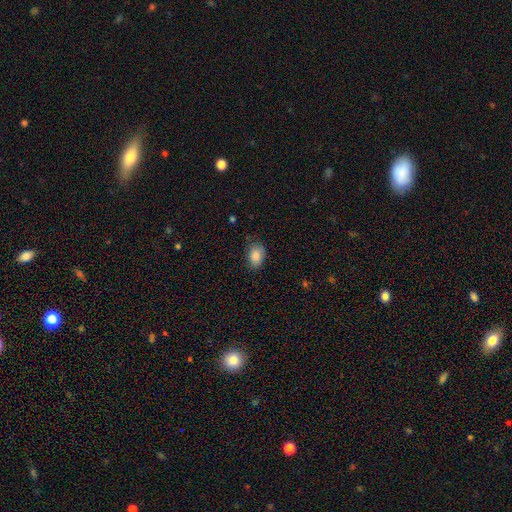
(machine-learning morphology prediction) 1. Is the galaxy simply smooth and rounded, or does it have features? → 86% smooth, 8% star or artifact, 6% featured or disk.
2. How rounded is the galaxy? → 80% in between, 19% round, 1% cigar-shaped.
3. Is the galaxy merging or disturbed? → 73% none, 21% minor disturbance, 4% major disturbance, 1% merger.